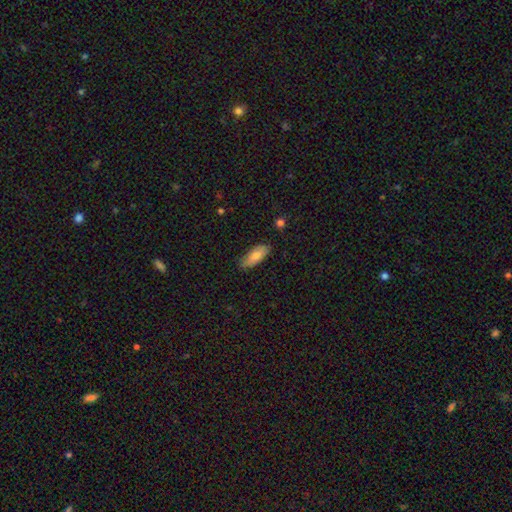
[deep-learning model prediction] Smooth or featured?
  - smooth: 80% *
  - featured or disk: 14%
  - star or artifact: 6%
How rounded?
  - in between: 75% *
  - cigar-shaped: 23%
  - round: 2%
Merging?
  - none: 81% *
  - minor disturbance: 15%
  - major disturbance: 2%
  - merger: 1%